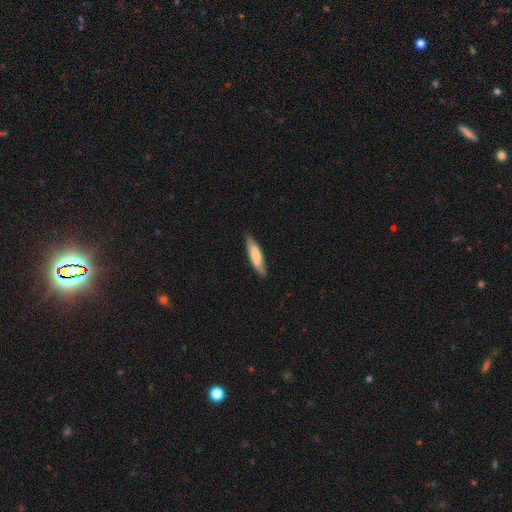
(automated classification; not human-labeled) Overall: smooth (66%; featured or disk 29%). How rounded: cigar-shaped (71%). Merging: none (83%).